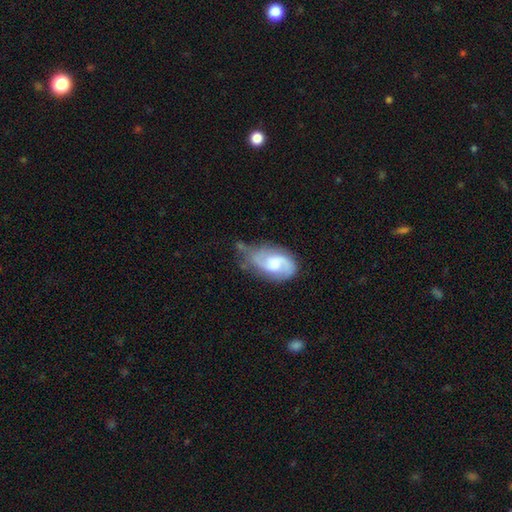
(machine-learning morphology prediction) Smooth or featured? featured or disk (67%)
Edge-on disk? no (95%)
Bar? no (53%)
Spiral arms? yes (88%)
Spiral winding? medium (42%)
Spiral arm count? 2 (67%)
Bulge size? moderate (48%)
Merging? none (52%)